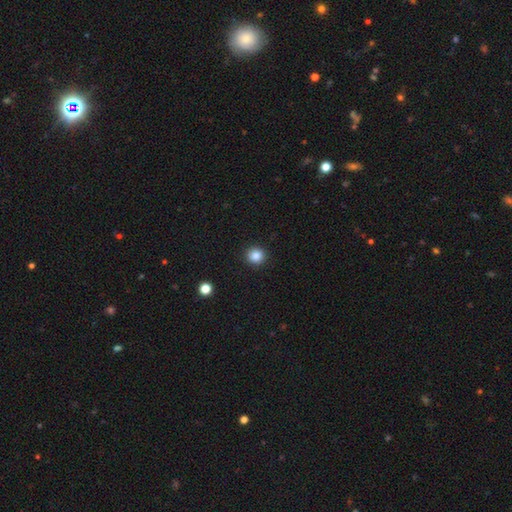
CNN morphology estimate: Smooth or featured: smooth — 85% (star or artifact — 11%)
How rounded: round — 92% (in between — 7%)
Merging: none — 92% (minor disturbance — 5%)